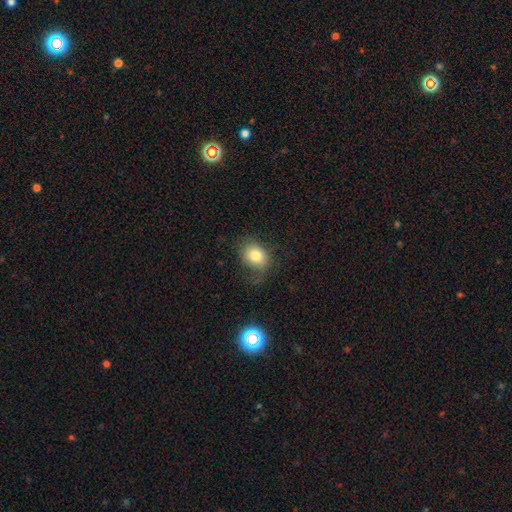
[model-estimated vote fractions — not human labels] Smooth or featured?
  - smooth: 78% *
  - featured or disk: 12%
  - star or artifact: 11%
How rounded?
  - in between: 52% *
  - round: 47%
  - cigar-shaped: 1%
Merging?
  - none: 60% *
  - minor disturbance: 23%
  - major disturbance: 15%
  - merger: 2%